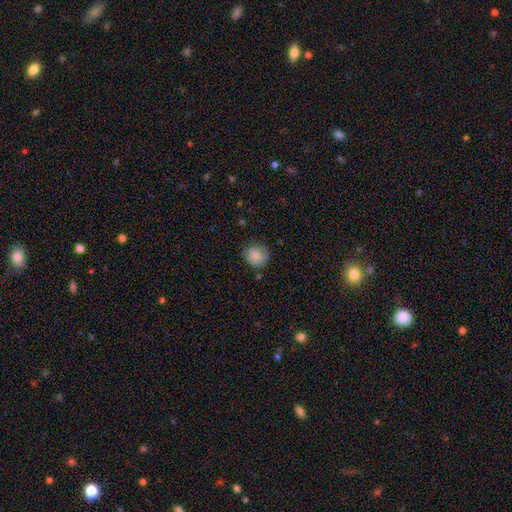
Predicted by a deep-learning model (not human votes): Smooth or featured?
  - smooth: 82% *
  - featured or disk: 11%
  - star or artifact: 8%
How rounded?
  - round: 81% *
  - in between: 18%
  - cigar-shaped: 1%
Merging?
  - none: 73% *
  - minor disturbance: 20%
  - major disturbance: 5%
  - merger: 2%